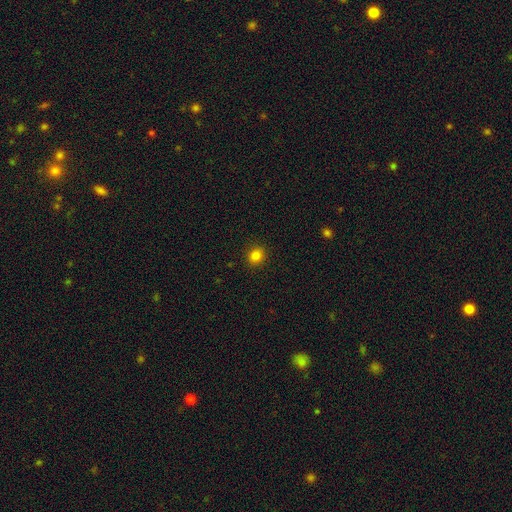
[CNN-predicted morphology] Q: Smooth or featured?
A: smooth (82%); runner-up: star or artifact (13%)
Q: How rounded?
A: round (79%); runner-up: in between (20%)
Q: Merging?
A: none (91%); runner-up: minor disturbance (6%)